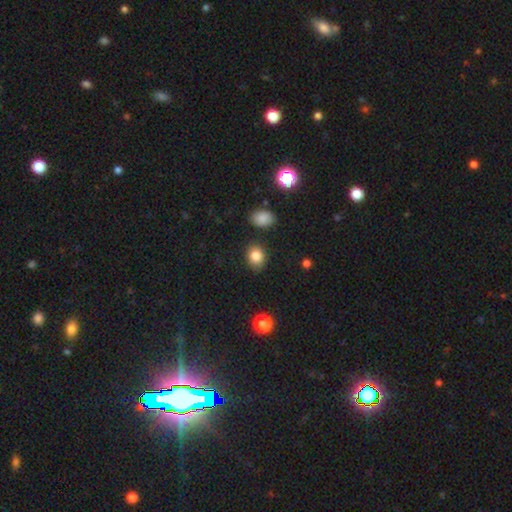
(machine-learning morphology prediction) Smooth or featured: smooth — 84% (star or artifact — 10%)
How rounded: round — 50% (in between — 49%)
Merging: none — 83% (minor disturbance — 11%)